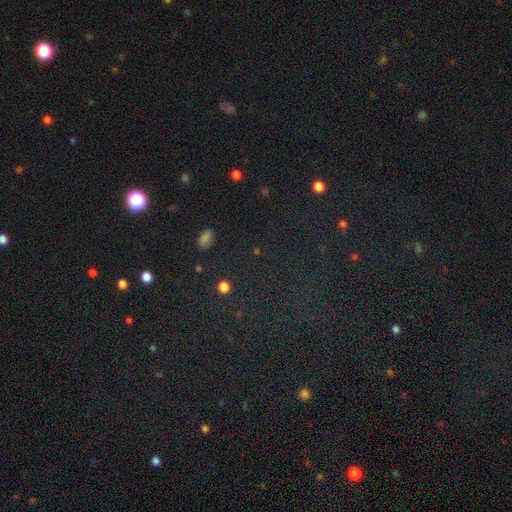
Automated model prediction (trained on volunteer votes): This is likely a star or artifact rather than a galaxy (75%).